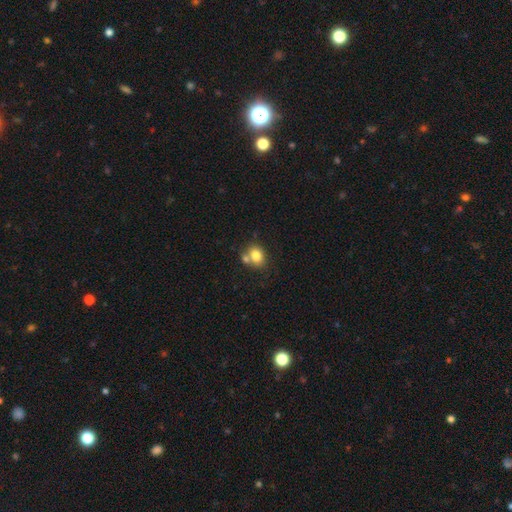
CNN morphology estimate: A smooth galaxy with no disk features (80%) that is in between round and cigar-shaped (52%).

Vote fractions:
- Smooth or featured? smooth: 80% / featured or disk: 11% / star or artifact: 9%
- How rounded? in between: 52% / round: 47% / cigar-shaped: 1%
- Merging? none: 51% / merger: 34% / minor disturbance: 12% / major disturbance: 4%